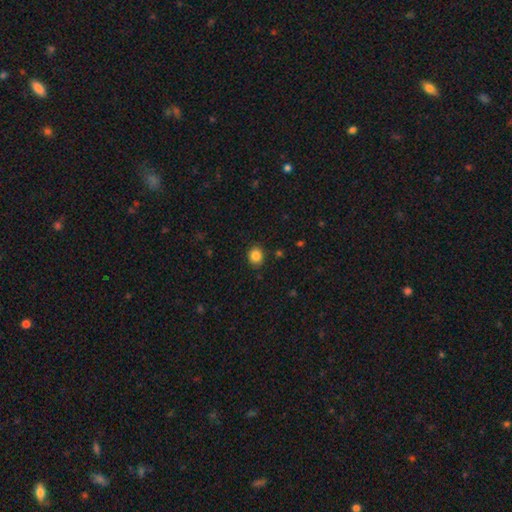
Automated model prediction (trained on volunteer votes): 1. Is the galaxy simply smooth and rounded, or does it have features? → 85% smooth, 11% star or artifact, 4% featured or disk.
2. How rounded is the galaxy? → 76% round, 23% in between, 1% cigar-shaped.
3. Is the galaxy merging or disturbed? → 90% none, 7% minor disturbance, 2% major disturbance, 1% merger.